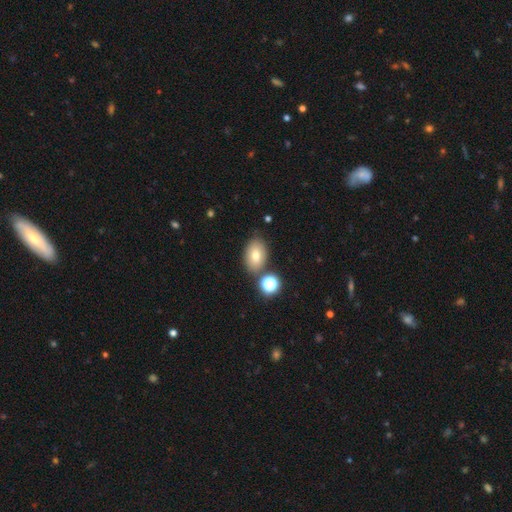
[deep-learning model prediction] smooth 74%, featured or disk 14%, star or artifact 12%. Down the decision tree: how rounded — in between (81%); merging — none (74%).